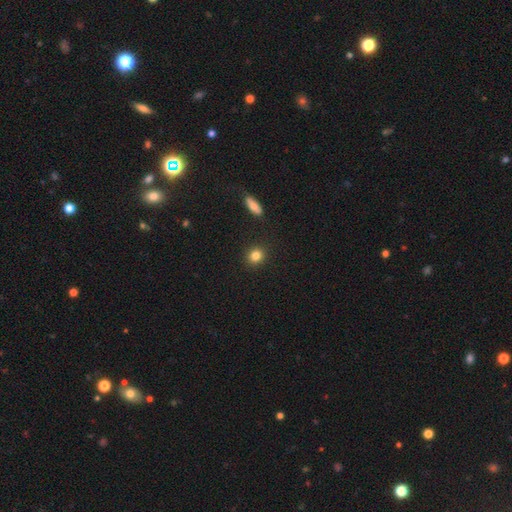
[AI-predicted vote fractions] A smooth galaxy with no disk features (84%) that is round (82%). Merging: none (90%).